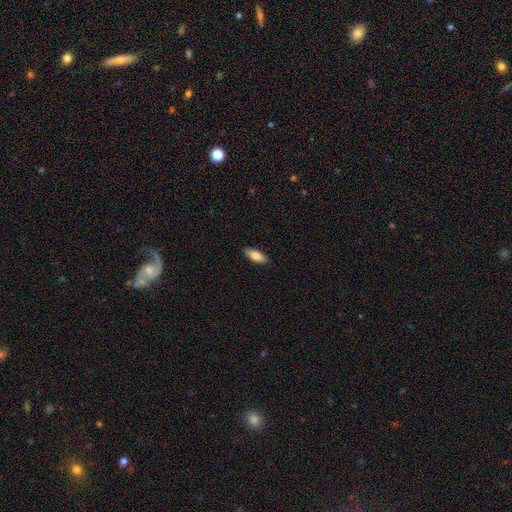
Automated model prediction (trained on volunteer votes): smooth_or_featured: smooth (p=0.82) [alt: featured or disk p=0.12]
how_rounded: in between (p=0.78) [alt: cigar-shaped p=0.20]
merging: none (p=0.88) [alt: minor disturbance p=0.09]